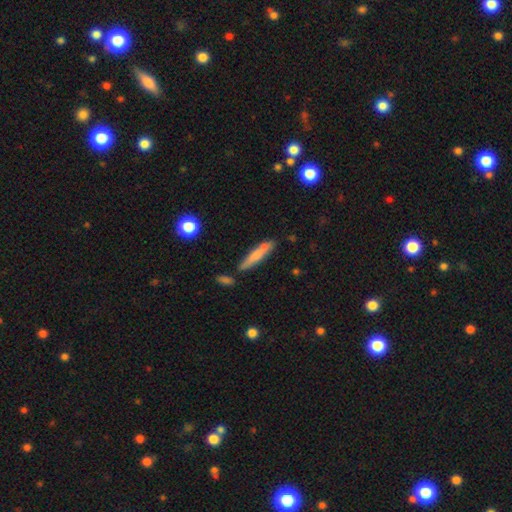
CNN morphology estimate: This is likely a smooth galaxy (70%). How rounded: clearly cigar-shaped (88%). Merging: likely none (72%).